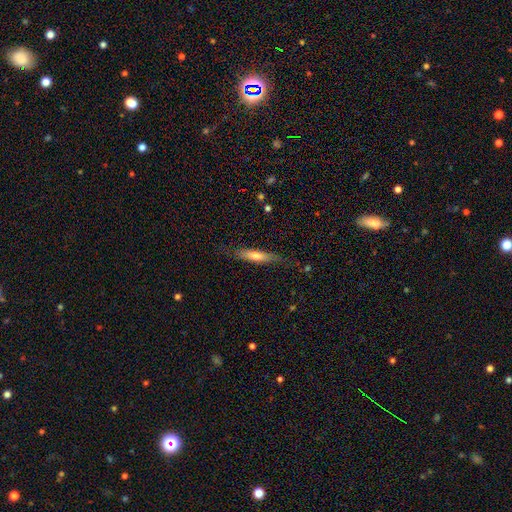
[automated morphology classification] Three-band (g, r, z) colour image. It shows a smooth galaxy with no disk features (60%) that is cigar-shaped (82%). Merging: none (76%).